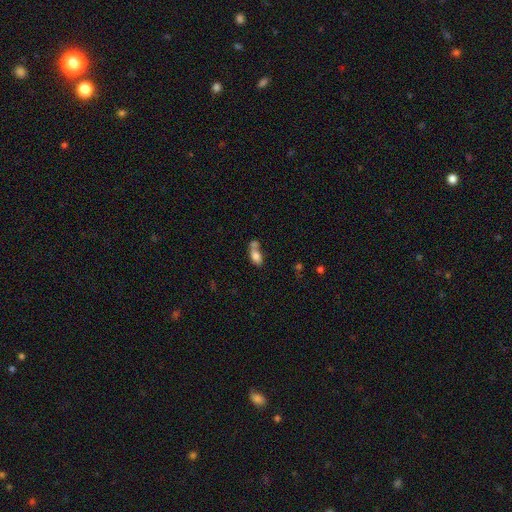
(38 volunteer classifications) Morphology: type=smooth (87%); roundness=in between (94%); merging=merger (65%).